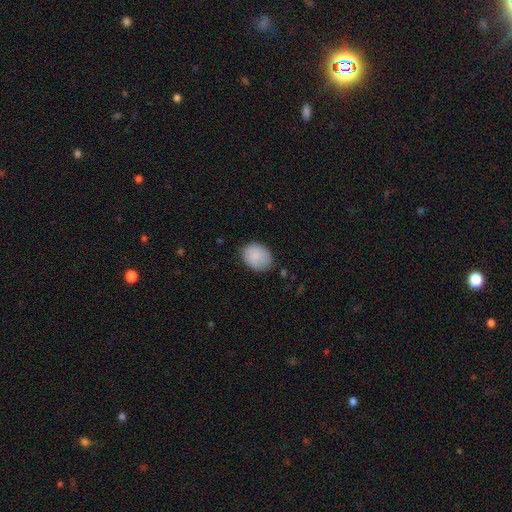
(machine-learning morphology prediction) This is clearly a smooth galaxy (87%). How rounded: possibly in between (57%). Merging: likely none (74%).